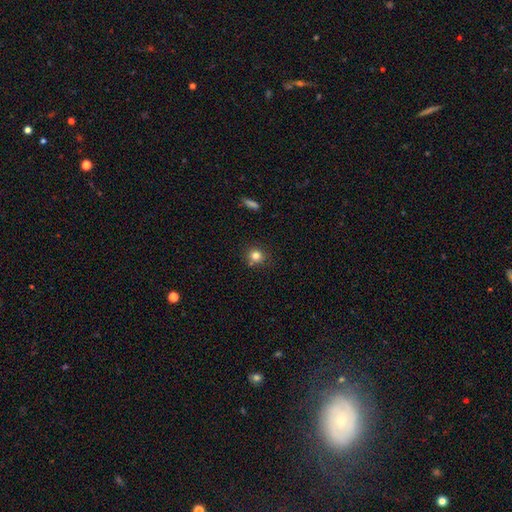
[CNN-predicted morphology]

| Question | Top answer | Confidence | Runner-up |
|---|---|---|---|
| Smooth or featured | smooth | 80% | star or artifact (13%) |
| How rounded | round | 89% | in between (10%) |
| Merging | none | 76% | minor disturbance (11%) |